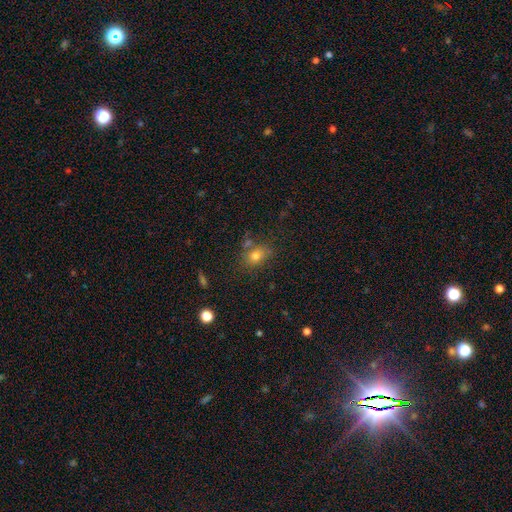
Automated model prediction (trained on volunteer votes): Overall: smooth (75%). How rounded: in between (56%; round 43%). Merging: none (66%).